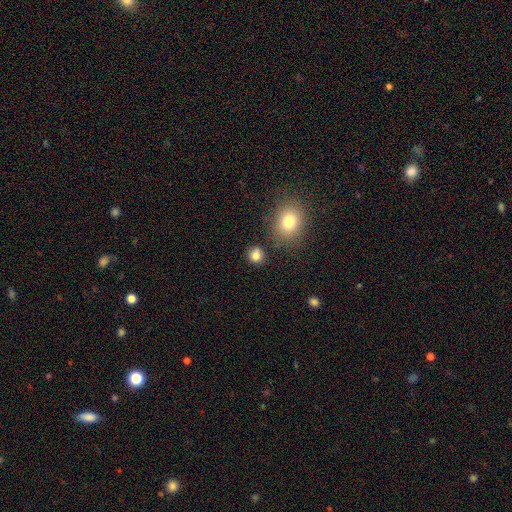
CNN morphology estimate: smooth_or_featured: smooth (p=0.82) [alt: star or artifact p=0.12]
how_rounded: round (p=0.85) [alt: in between p=0.14]
merging: none (p=0.81) [alt: minor disturbance p=0.10]